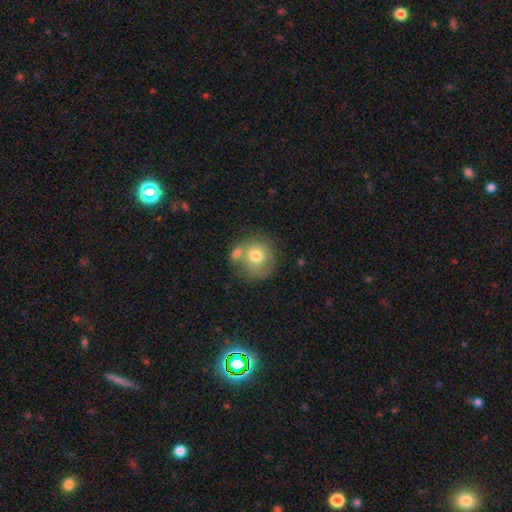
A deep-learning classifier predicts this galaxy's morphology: smooth_or_featured: smooth (p=0.65) [alt: featured or disk p=0.28]
how_rounded: round (p=0.88) [alt: in between p=0.11]
merging: none (p=0.44) [alt: merger p=0.32]